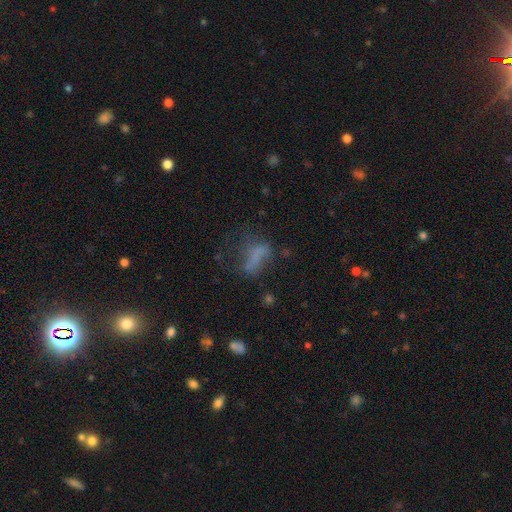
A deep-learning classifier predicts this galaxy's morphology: This appears to be a smooth galaxy with no disk features (51%) that is in between round and cigar-shaped (67%). Merging: none (36%).